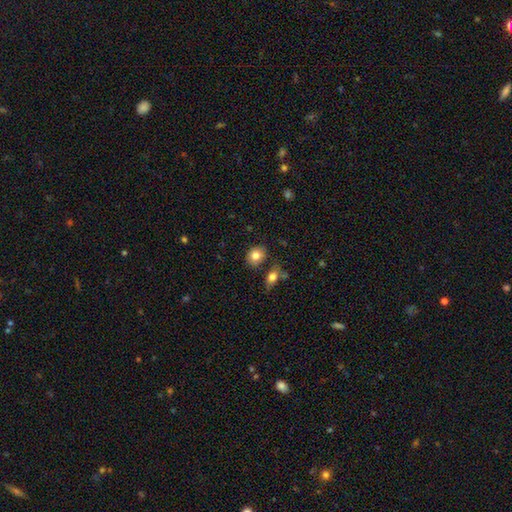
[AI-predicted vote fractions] The model was most divided on "how rounded": round: 59%, in between: 39%, cigar-shaped: 1%. More confident: smooth or featured — smooth (81%); merging — none (76%).